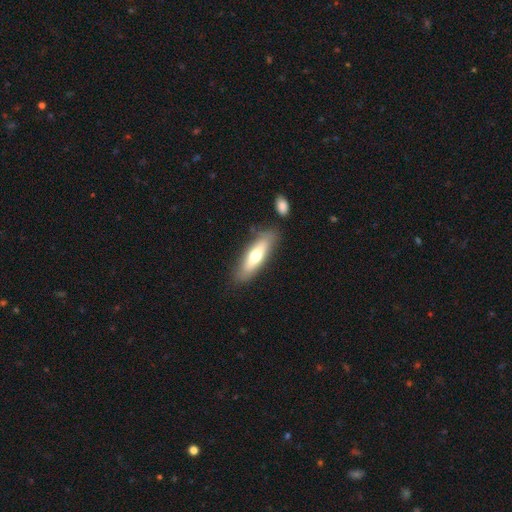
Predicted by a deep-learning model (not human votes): Smooth or featured? smooth (60%)
How rounded? cigar-shaped (55%)
Merging? none (79%)